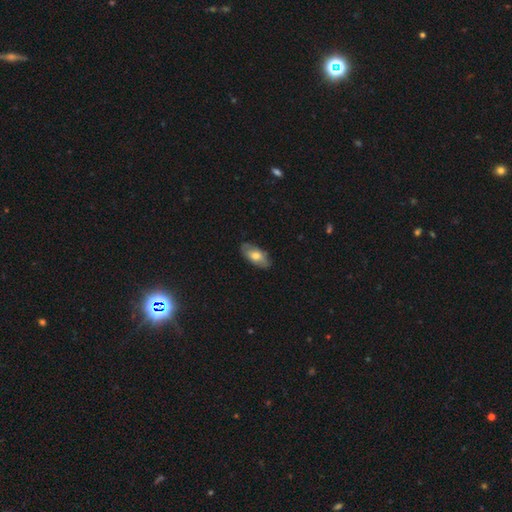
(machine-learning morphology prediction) A smooth galaxy with no disk features (64%) that is in between round and cigar-shaped (90%). Merging: none (82%).